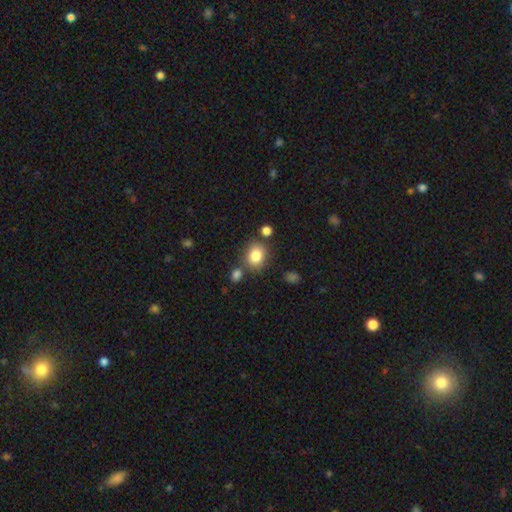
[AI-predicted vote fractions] Smooth or featured?
  - smooth: 82% *
  - star or artifact: 10%
  - featured or disk: 8%
How rounded?
  - round: 64% *
  - in between: 35%
  - cigar-shaped: 1%
Merging?
  - none: 73% *
  - minor disturbance: 12%
  - merger: 10%
  - major disturbance: 4%